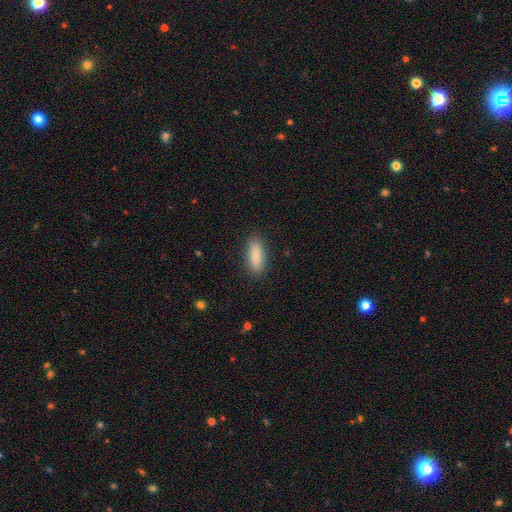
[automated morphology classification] This is clearly a smooth galaxy (87%). How rounded: likely in between (72%). Merging: clearly none (88%).